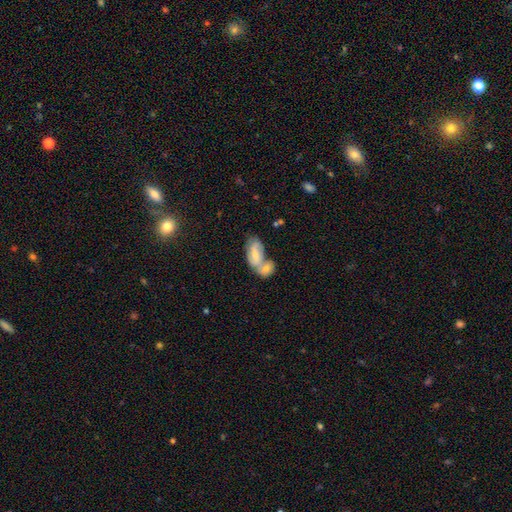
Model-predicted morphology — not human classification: type=smooth (48%); merging=merger (69%).